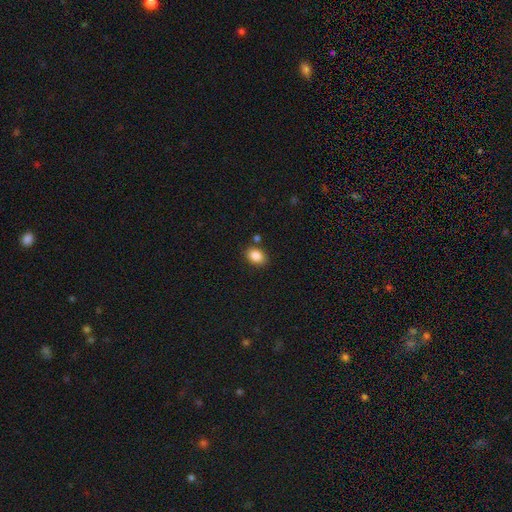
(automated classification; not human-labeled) Smooth or featured: smooth — 87% (star or artifact — 9%)
How rounded: in between — 75% (round — 24%)
Merging: none — 81% (minor disturbance — 11%)